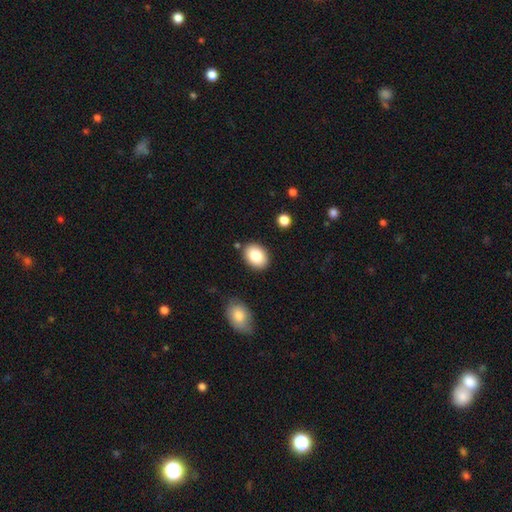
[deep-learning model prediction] Smooth or featured? smooth (84%)
How rounded? in between (73%)
Merging? none (84%)